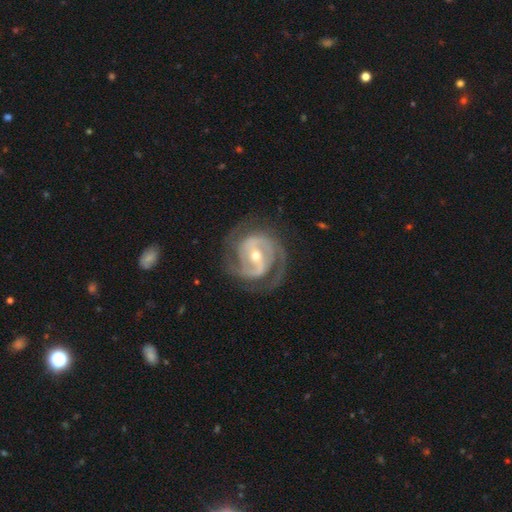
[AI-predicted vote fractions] This appears to be a featured or disk galaxy (91%) with a strong bar (45%), 2 (69%) tight (51%) spiral arms (97%) and a moderate central bulge (51%). Merging: none (76%).